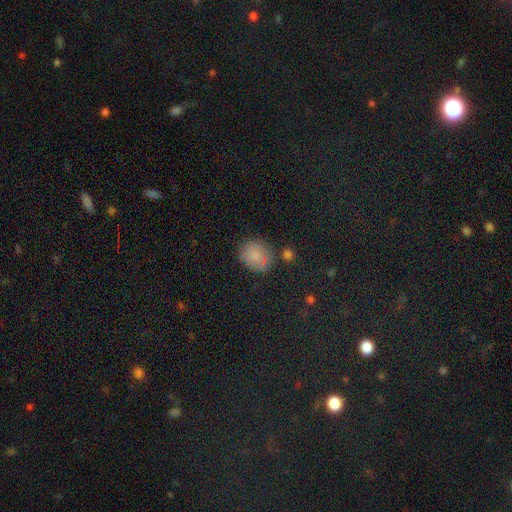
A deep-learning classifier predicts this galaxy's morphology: smooth 78%, star or artifact 12%, featured or disk 10%. Down the decision tree: how rounded — round (65%); merging — none (69%).